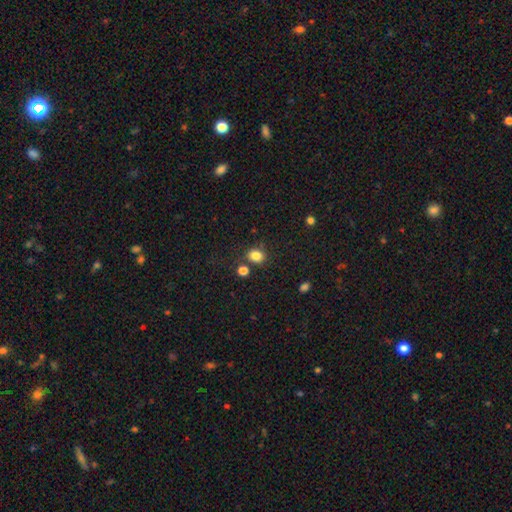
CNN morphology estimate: Smooth or featured?
  - smooth: 83% *
  - star or artifact: 12%
  - featured or disk: 5%
How rounded?
  - round: 57% *
  - in between: 42%
  - cigar-shaped: 1%
Merging?
  - none: 76% *
  - minor disturbance: 11%
  - merger: 10%
  - major disturbance: 4%